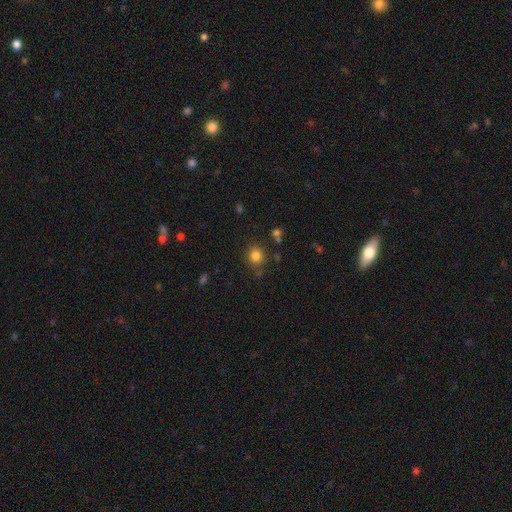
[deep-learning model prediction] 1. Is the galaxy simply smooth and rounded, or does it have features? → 82% smooth, 13% star or artifact, 5% featured or disk.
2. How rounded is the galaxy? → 84% round, 16% in between, 1% cigar-shaped.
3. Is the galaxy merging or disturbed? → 82% none, 10% minor disturbance, 5% merger, 3% major disturbance.